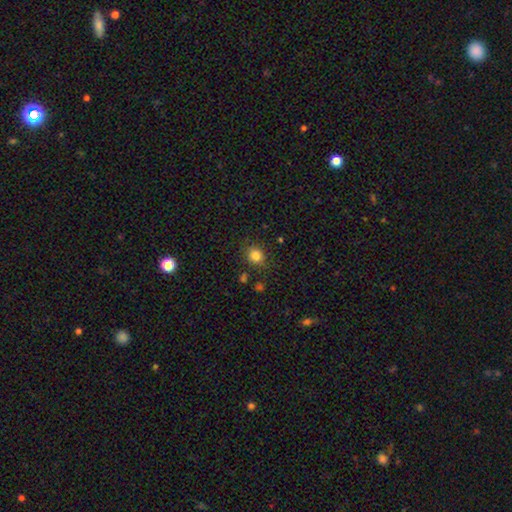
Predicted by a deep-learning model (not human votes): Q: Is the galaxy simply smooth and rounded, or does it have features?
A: smooth — 83%.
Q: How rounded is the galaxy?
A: round — 73%.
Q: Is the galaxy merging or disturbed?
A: none — 82%.